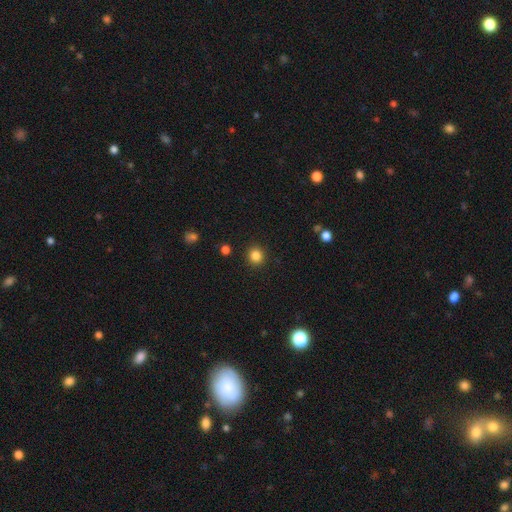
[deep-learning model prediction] A smooth galaxy with no disk features (85%) that is round (90%).

Vote fractions:
- Smooth or featured? smooth: 85% / star or artifact: 11% / featured or disk: 4%
- How rounded? round: 90% / in between: 9% / cigar-shaped: 1%
- Merging? none: 91% / minor disturbance: 5% / major disturbance: 2% / merger: 1%